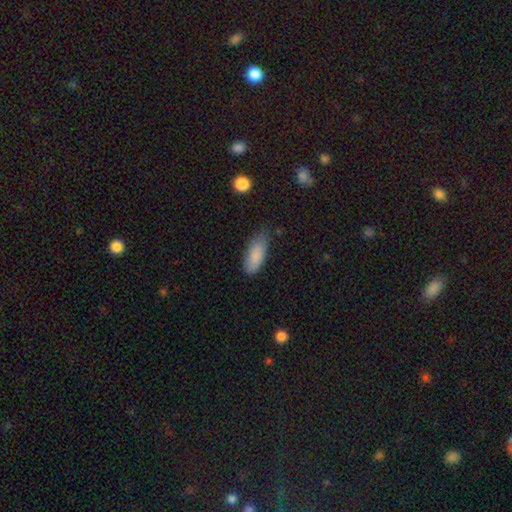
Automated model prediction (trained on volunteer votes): smooth-or-featured: smooth: 86% | featured or disk: 7% | star or artifact: 6%
  how-rounded: in between: 78% | cigar-shaped: 20% | round: 2%
  merging: none: 61% | minor disturbance: 31% | major disturbance: 6% | merger: 2%